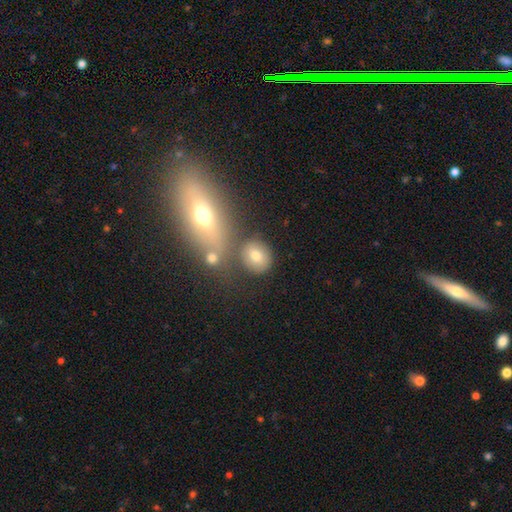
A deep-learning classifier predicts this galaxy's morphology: This is likely a smooth galaxy (69%). How rounded: likely round (66%). Merging: likely none (72%).